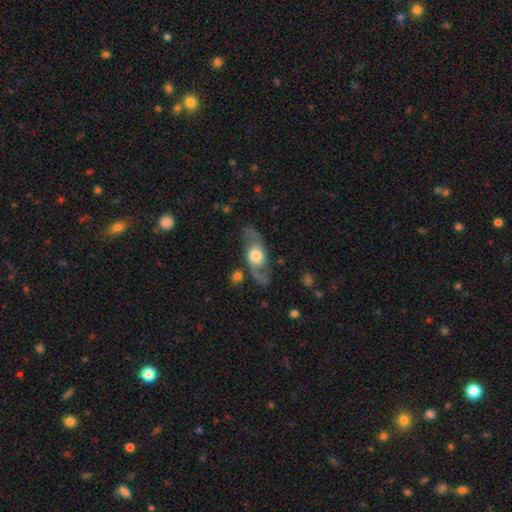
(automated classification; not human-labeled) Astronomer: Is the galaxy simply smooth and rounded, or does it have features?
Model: featured or disk — 69%.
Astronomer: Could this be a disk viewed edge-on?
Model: no — 76%.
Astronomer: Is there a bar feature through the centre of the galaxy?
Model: no — 79%.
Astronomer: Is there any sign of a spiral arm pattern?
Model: yes — 71%.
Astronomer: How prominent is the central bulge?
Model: large — 53% (runner-up: moderate, 33%).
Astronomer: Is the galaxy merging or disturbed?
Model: none — 71%.